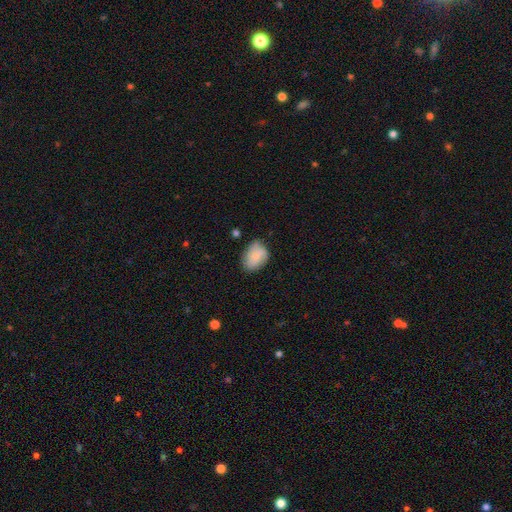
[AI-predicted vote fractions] Overall: smooth (73%). How rounded: in between (78%). Merging: none (62%; minor disturbance 29%).